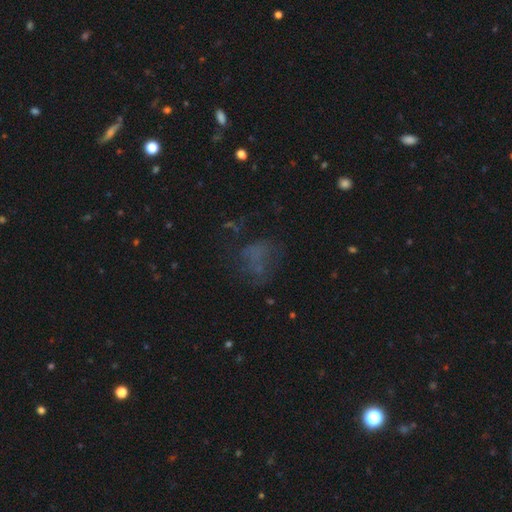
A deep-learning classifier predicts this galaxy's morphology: Overall: smooth (41%; featured or disk 30%). Merging: none (48%; major disturbance 30%).